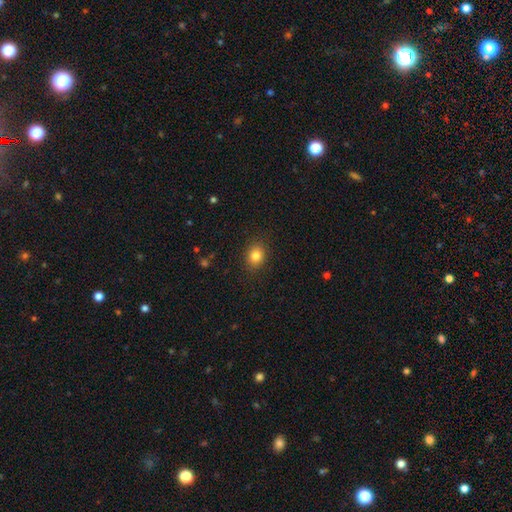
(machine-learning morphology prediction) smooth 83%, star or artifact 11%, featured or disk 7%. Down the decision tree: how rounded — round (52%); merging — none (88%).